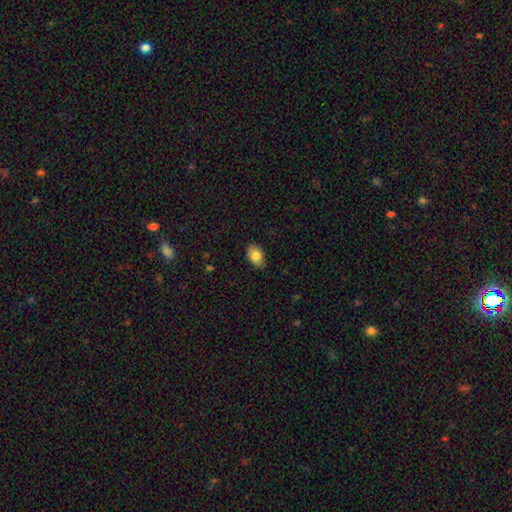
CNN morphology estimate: type=smooth (83%); roundness=in between (87%); merging=none (86%).